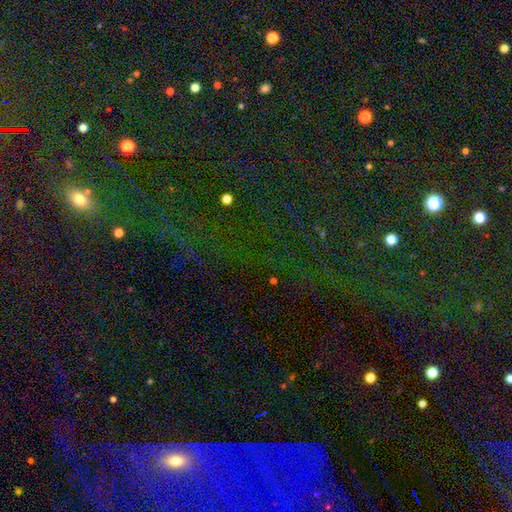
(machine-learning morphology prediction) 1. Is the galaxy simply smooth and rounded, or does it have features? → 72% star or artifact, 16% smooth, 13% featured or disk.